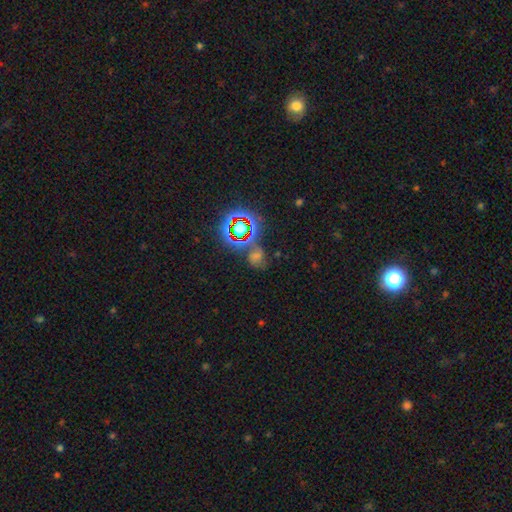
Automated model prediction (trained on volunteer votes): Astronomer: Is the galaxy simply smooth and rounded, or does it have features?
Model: star or artifact — 60%.